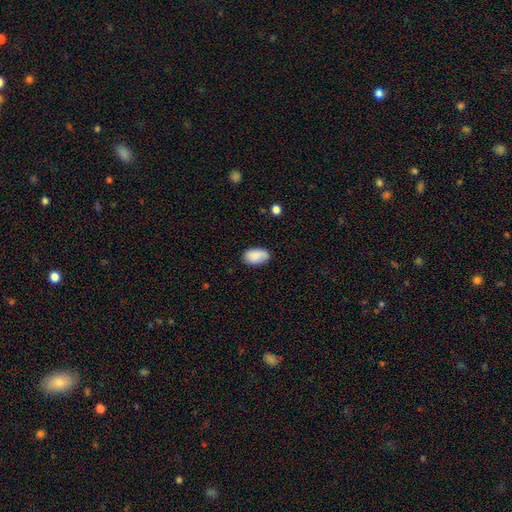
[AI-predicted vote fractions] smooth-or-featured: smooth: 83% | featured or disk: 10% | star or artifact: 7%
  how-rounded: in between: 93% | round: 6% | cigar-shaped: 1%
  merging: none: 74% | minor disturbance: 20% | major disturbance: 4% | merger: 2%